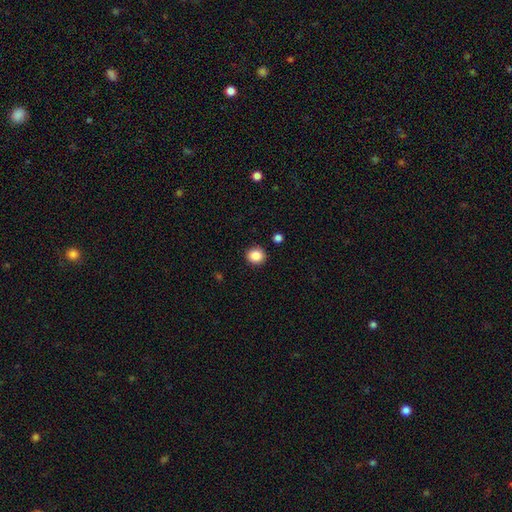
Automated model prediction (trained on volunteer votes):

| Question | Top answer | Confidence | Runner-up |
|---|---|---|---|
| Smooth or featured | smooth | 86% | star or artifact (10%) |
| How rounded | round | 88% | in between (11%) |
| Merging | none | 91% | minor disturbance (6%) |